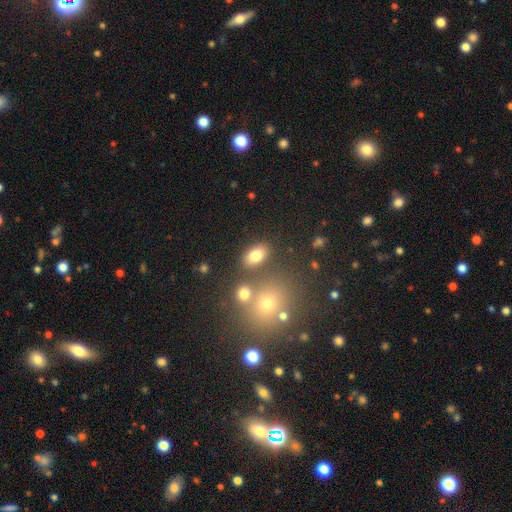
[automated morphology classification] Smooth or featured? Predicted: smooth (p=0.78). How rounded? Predicted: in between (p=0.85). Merging? Predicted: none (p=0.75).